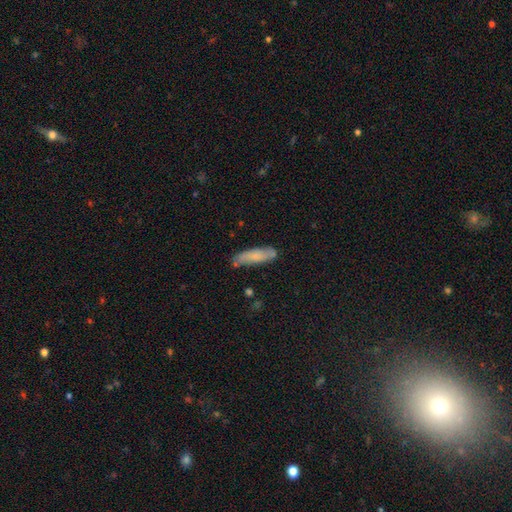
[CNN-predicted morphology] Smooth or featured: smooth — 71% (featured or disk — 22%)
How rounded: cigar-shaped — 63% (in between — 35%)
Merging: none — 74% (minor disturbance — 18%)